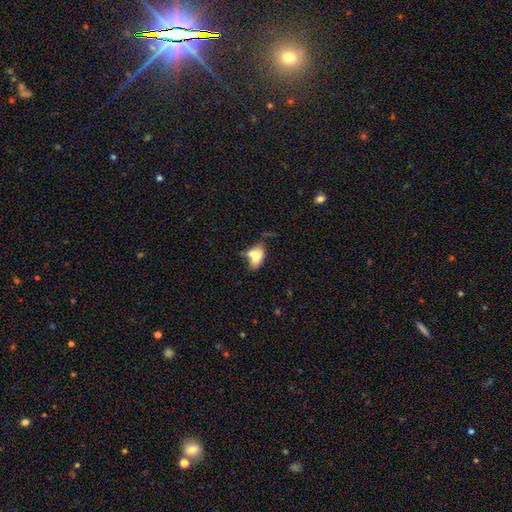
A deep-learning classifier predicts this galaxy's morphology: Overall: smooth (65%; featured or disk 25%). How rounded: in between (83%). Merging: merger (40%; none 31%).